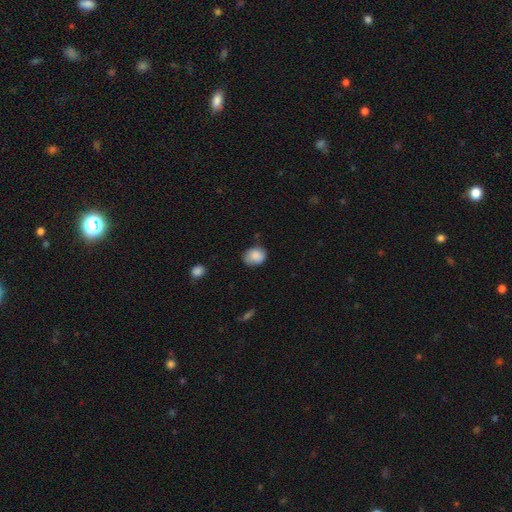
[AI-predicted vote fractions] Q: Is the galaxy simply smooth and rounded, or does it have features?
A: smooth — 86%.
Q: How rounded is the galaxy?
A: in between — 50%.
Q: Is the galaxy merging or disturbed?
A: none — 65%.